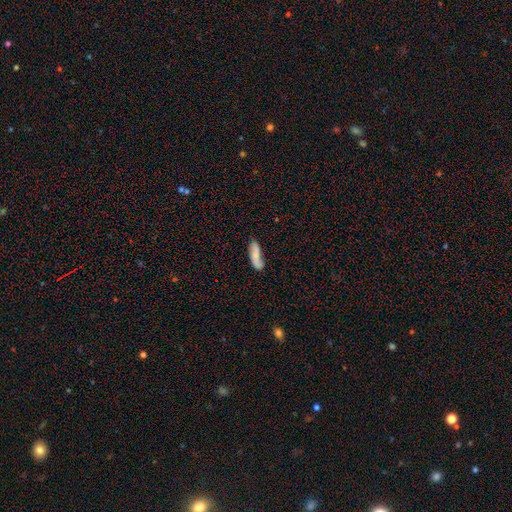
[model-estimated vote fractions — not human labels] Morphology: type=smooth (73%); roundness=cigar-shaped (49%, tied with in between); merging=none (62%).